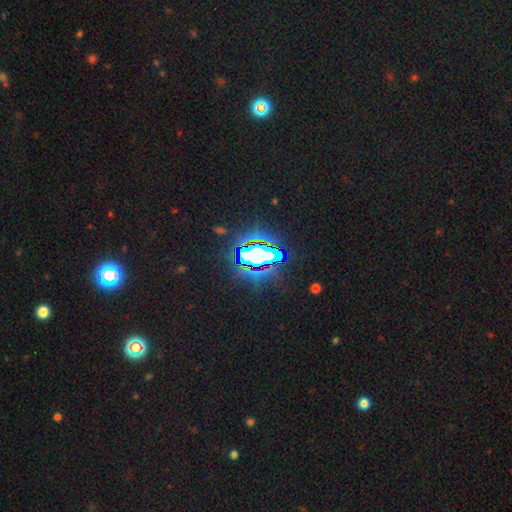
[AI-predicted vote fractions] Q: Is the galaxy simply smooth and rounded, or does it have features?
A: star or artifact — 70%.